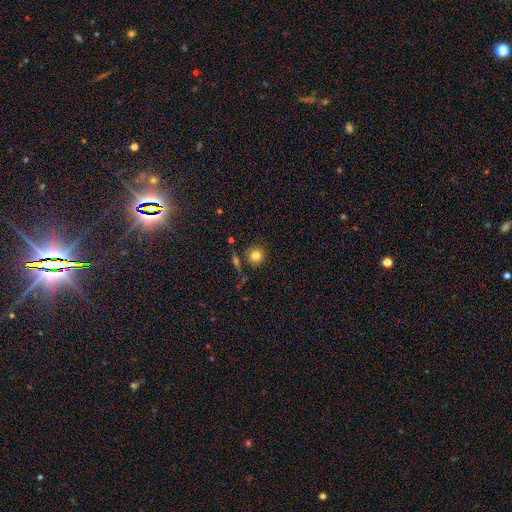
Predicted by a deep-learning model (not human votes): This appears to be a smooth galaxy with no disk features (81%) that is round (92%). Merging: none (81%).